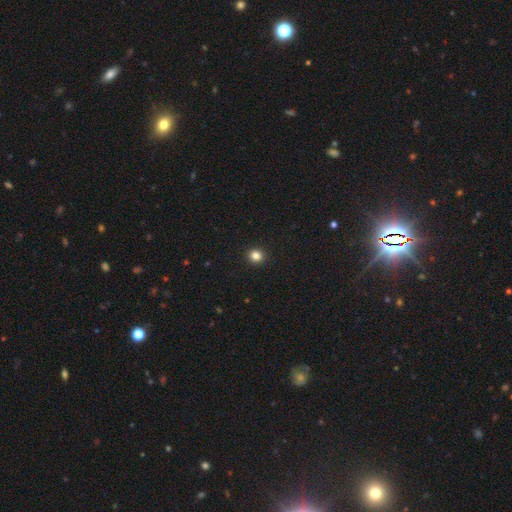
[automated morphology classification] A smooth galaxy with no disk features (84%) that is round (88%). Merging: none (93%).